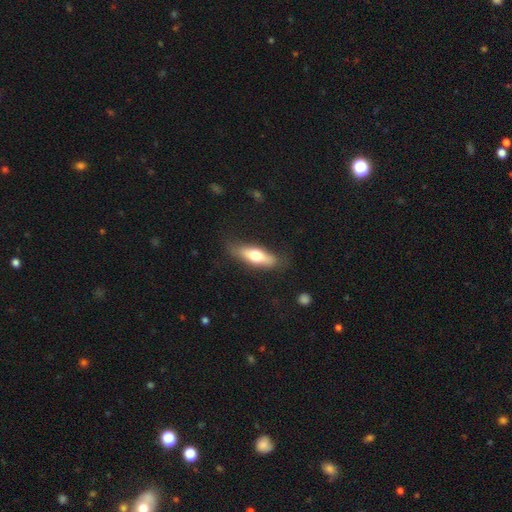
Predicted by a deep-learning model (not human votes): Smooth or featured? Predicted: smooth (p=0.62). How rounded? Predicted: in between (p=0.50). Merging? Predicted: none (p=0.77).